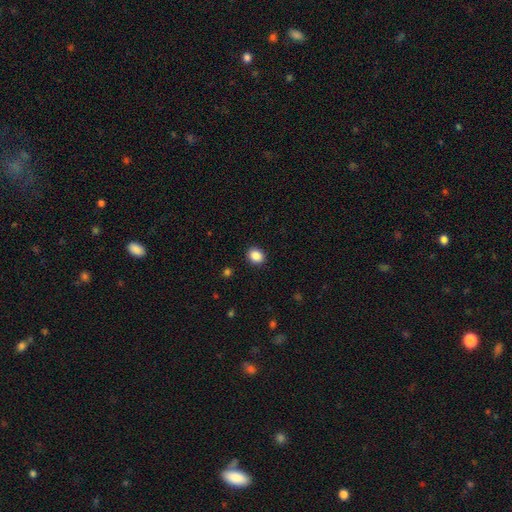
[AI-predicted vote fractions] This appears to be a smooth galaxy with no disk features (88%) that is round (59%). Merging: none (91%).